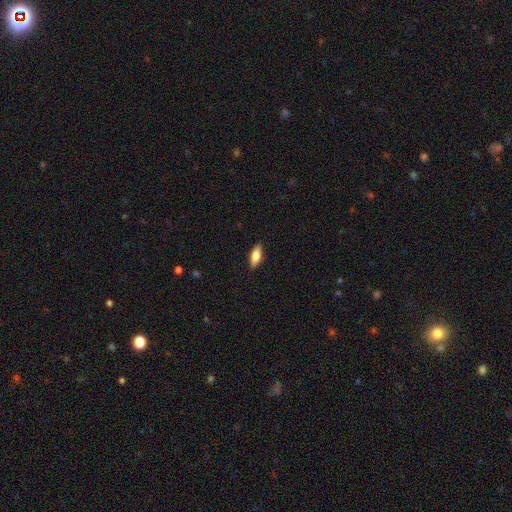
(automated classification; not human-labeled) This appears to be a smooth galaxy with no disk features (76%) that is in between round and cigar-shaped (75%). Merging: none (89%).